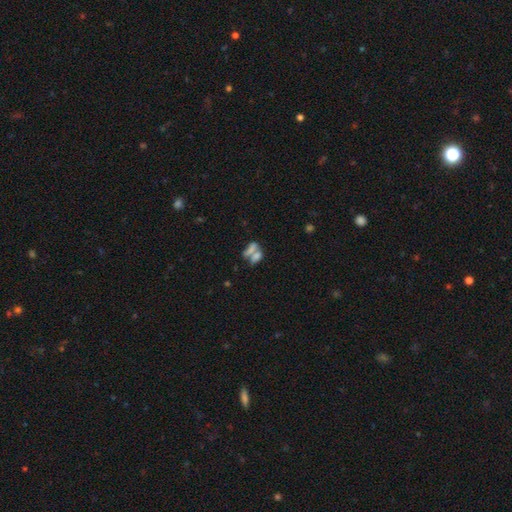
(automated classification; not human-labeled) Smooth or featured?
  - smooth: 65% *
  - featured or disk: 22%
  - star or artifact: 13%
How rounded?
  - in between: 71% *
  - cigar-shaped: 18%
  - round: 12%
Merging?
  - merger: 59% *
  - none: 27%
  - minor disturbance: 8%
  - major disturbance: 6%